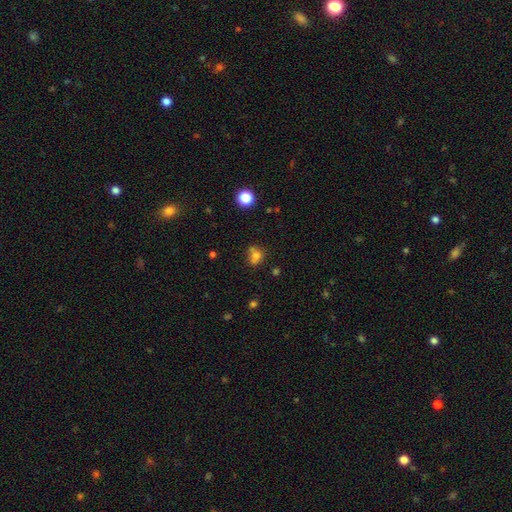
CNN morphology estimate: The model was most divided on "merging": none: 45%, merger: 32%, minor disturbance: 16%, major disturbance: 7%. More confident: smooth or featured — smooth (71%); how rounded — round (64%).